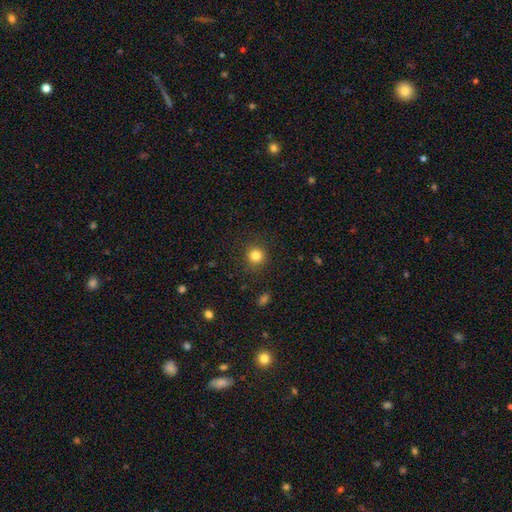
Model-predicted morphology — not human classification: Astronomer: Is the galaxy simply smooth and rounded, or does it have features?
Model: smooth — 83%.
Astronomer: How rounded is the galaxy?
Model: round — 93%.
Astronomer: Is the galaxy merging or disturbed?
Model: none — 89%.